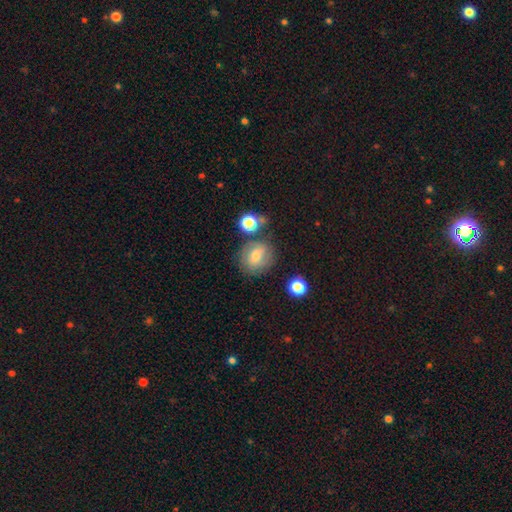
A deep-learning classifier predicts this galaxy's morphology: The model was most divided on "smooth or featured": smooth: 64%, featured or disk: 24%, star or artifact: 12%. More confident: how rounded — round (76%); merging — none (67%).